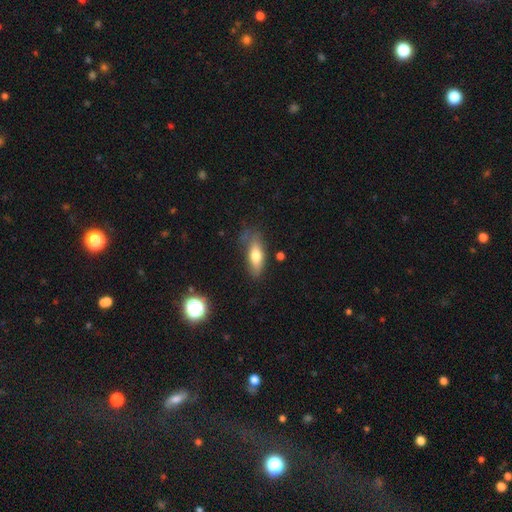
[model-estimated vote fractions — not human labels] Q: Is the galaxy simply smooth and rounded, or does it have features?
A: smooth — 70%.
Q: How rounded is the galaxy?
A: in between — 70%.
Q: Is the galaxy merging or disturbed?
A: none — 59%.